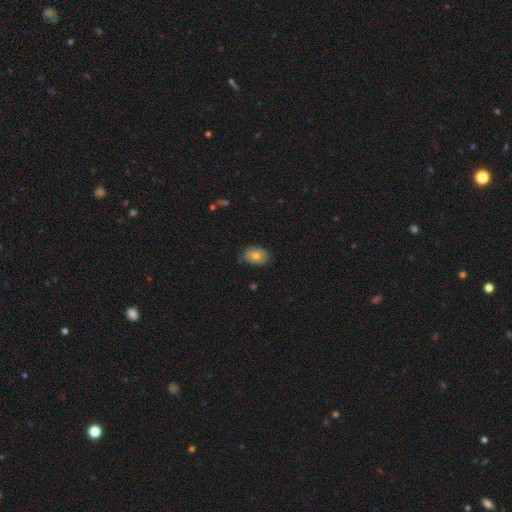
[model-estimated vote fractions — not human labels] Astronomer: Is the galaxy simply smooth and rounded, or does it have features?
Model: smooth — 72%.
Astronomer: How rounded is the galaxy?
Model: in between — 73%.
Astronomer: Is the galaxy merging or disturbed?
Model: none — 73%.